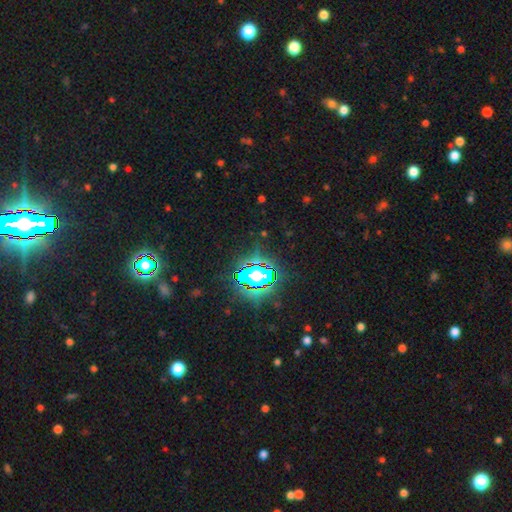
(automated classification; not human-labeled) This is clearly a star or artifact rather than a galaxy (81%).